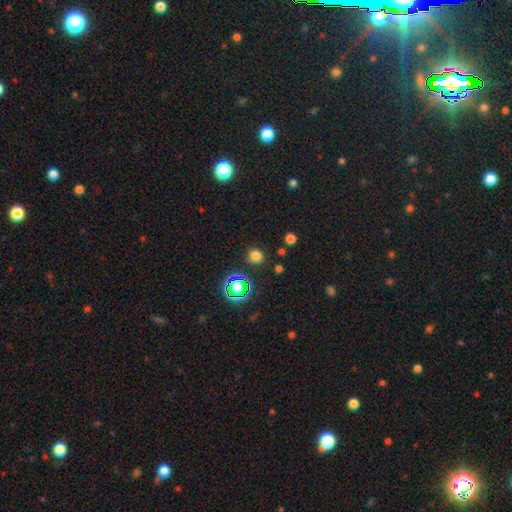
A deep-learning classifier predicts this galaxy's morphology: Smooth or featured: smooth — 71% (star or artifact — 24%)
How rounded: round — 84% (in between — 15%)
Merging: none — 85% (minor disturbance — 9%)